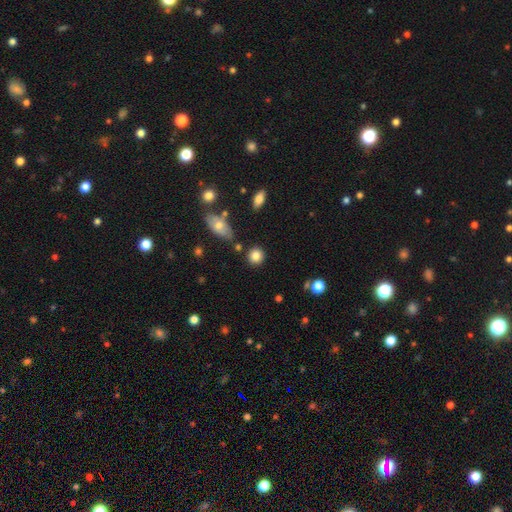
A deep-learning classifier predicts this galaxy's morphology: smooth-or-featured: smooth: 84% | star or artifact: 9% | featured or disk: 7%
  how-rounded: round: 87% | in between: 12% | cigar-shaped: 1%
  merging: none: 82% | minor disturbance: 9% | merger: 5% | major disturbance: 3%